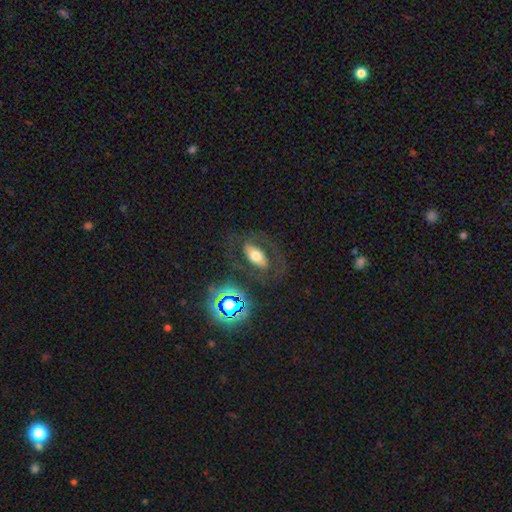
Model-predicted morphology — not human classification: type=featured or disk (48%); merging=none (70%).